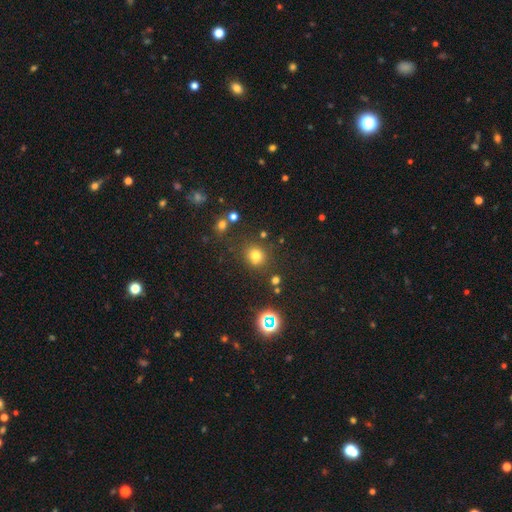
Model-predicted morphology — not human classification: Smooth or featured? Predicted: smooth (p=0.72). How rounded? Predicted: round (p=0.82). Merging? Predicted: none (p=0.79).